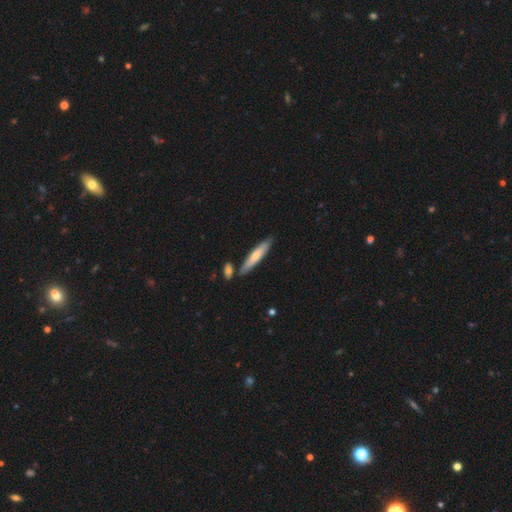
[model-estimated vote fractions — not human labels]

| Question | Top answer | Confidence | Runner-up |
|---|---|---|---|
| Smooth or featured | smooth | 66% | featured or disk (29%) |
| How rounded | cigar-shaped | 86% | in between (13%) |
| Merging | none | 79% | minor disturbance (12%) |